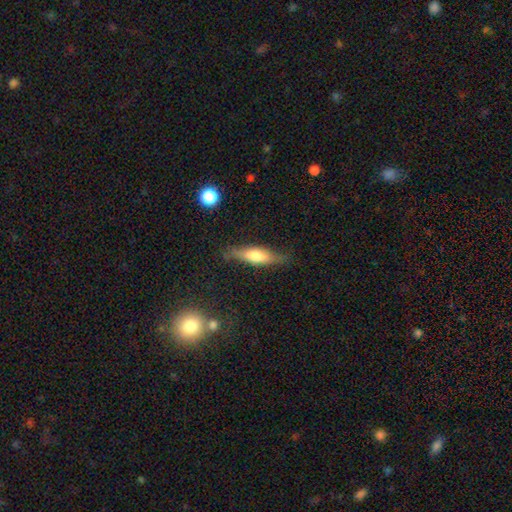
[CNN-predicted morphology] Smooth or featured: smooth — 57% (featured or disk — 36%)
How rounded: cigar-shaped — 60% (in between — 38%)
Merging: none — 74% (minor disturbance — 19%)